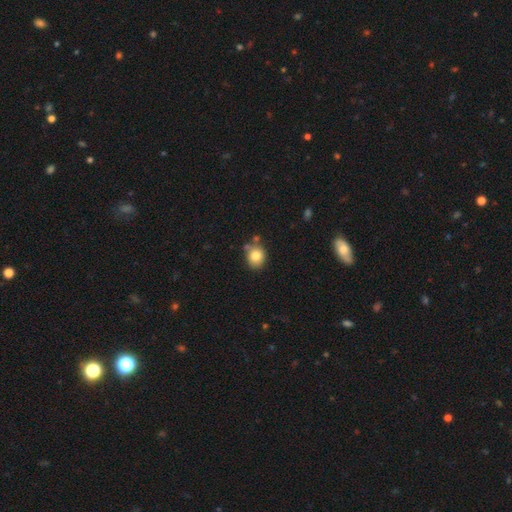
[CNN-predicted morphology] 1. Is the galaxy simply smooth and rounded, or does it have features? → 81% smooth, 10% star or artifact, 9% featured or disk.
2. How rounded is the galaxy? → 66% round, 33% in between, 1% cigar-shaped.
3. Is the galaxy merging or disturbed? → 70% none, 15% minor disturbance, 11% merger, 3% major disturbance.